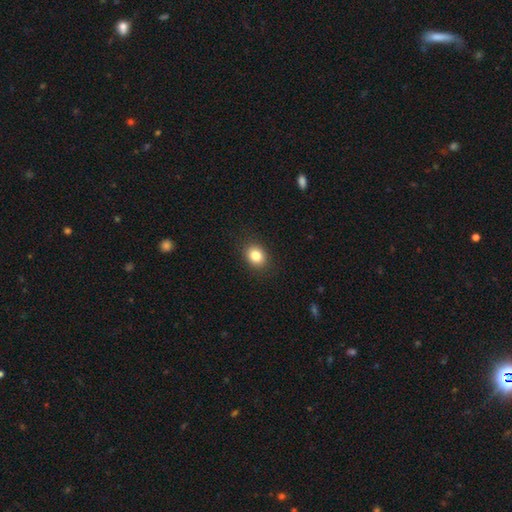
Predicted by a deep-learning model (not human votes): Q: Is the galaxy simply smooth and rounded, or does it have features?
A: smooth — 83%.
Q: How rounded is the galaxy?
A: in between — 51%.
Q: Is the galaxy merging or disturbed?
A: none — 88%.